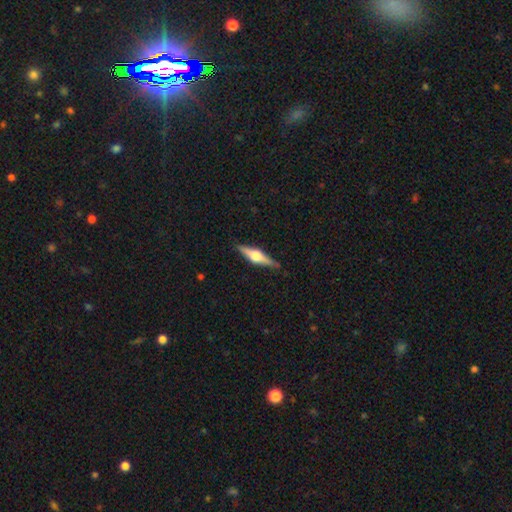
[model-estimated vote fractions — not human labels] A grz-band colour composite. It shows a featured or disk galaxy (74%) viewed edge-on (98%) with a rounded central bulge (94%). Merging: none (88%).